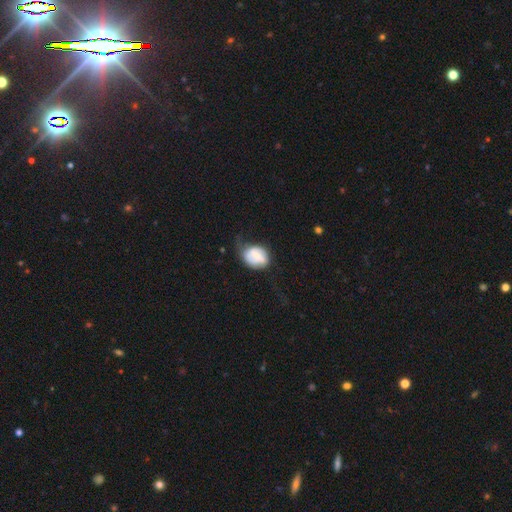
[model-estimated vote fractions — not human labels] smooth-or-featured: smooth: 51% | featured or disk: 41% | star or artifact: 8%
  how-rounded: in between: 51% | round: 48% | cigar-shaped: 1%
  merging: minor disturbance: 34% (tied) | none: 34% (tied) | major disturbance: 29% | merger: 3%